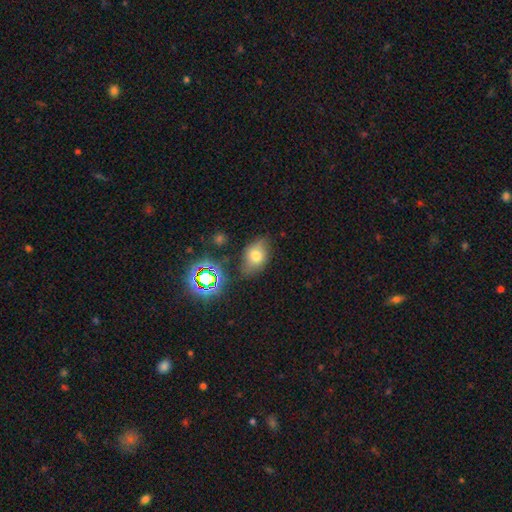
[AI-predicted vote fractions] Morphology: type=smooth (65%); roundness=in between (79%); merging=none (68%).